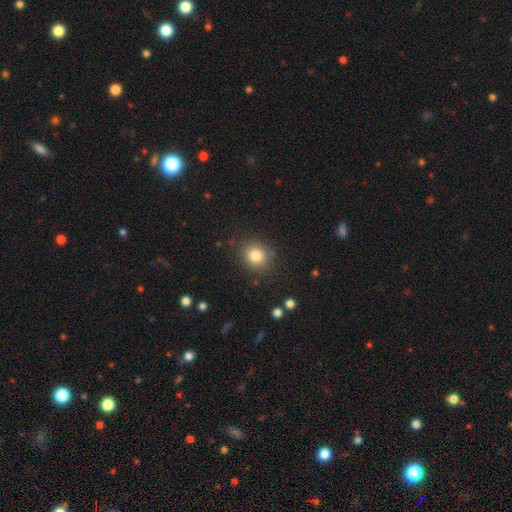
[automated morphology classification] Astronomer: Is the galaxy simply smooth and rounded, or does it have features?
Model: smooth — 81%.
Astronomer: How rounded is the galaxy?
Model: round — 79%.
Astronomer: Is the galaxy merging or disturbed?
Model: none — 85%.